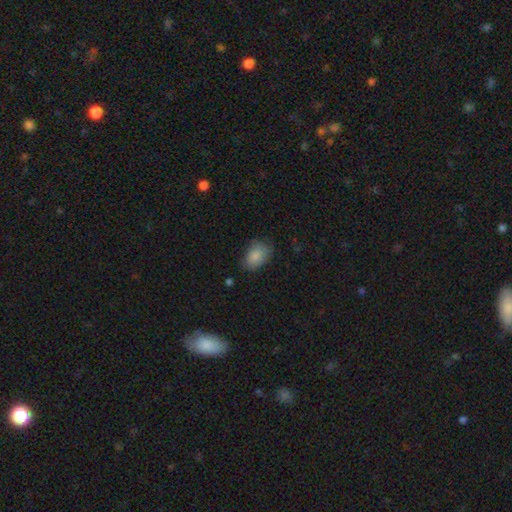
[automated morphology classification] smooth-or-featured: smooth: 86% | star or artifact: 8% | featured or disk: 6%
  how-rounded: in between: 86% | round: 13% | cigar-shaped: 1%
  merging: none: 72% | minor disturbance: 22% | major disturbance: 5% | merger: 2%